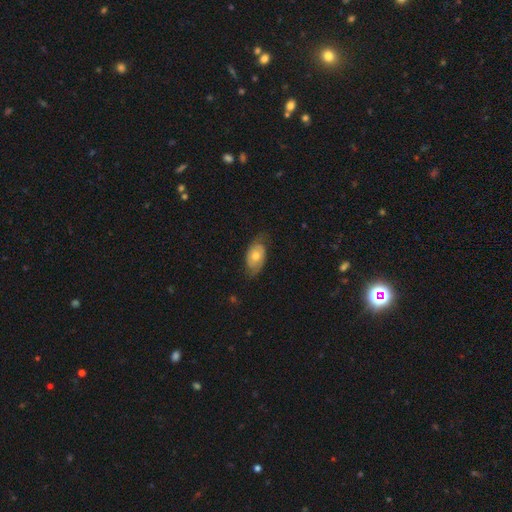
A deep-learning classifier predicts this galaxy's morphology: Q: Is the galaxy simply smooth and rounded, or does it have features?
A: smooth — 52%.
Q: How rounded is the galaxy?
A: in between — 90%.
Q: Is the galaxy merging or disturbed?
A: none — 63%.